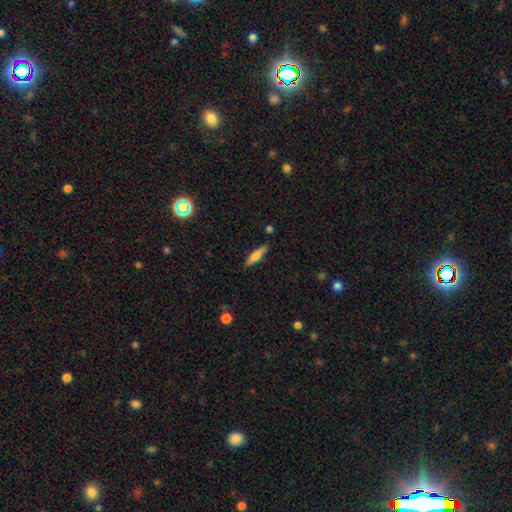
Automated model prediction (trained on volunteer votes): Smooth or featured? smooth (61%)
How rounded? cigar-shaped (80%)
Merging? none (87%)